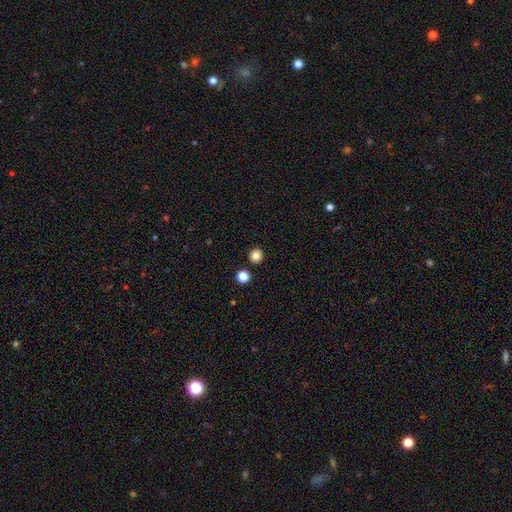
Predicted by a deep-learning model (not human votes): smooth 83%, star or artifact 12%, featured or disk 5%. Down the decision tree: how rounded — round (94%); merging — none (91%).